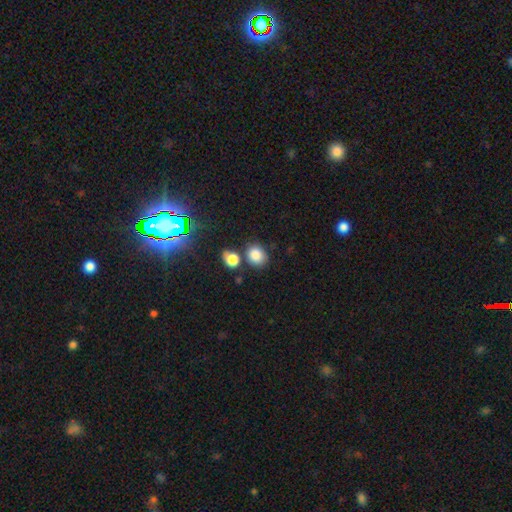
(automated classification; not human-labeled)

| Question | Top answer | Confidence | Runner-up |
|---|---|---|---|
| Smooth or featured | smooth | 81% | star or artifact (13%) |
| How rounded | round | 63% | in between (36%) |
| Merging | none | 69% | merger (15%) |